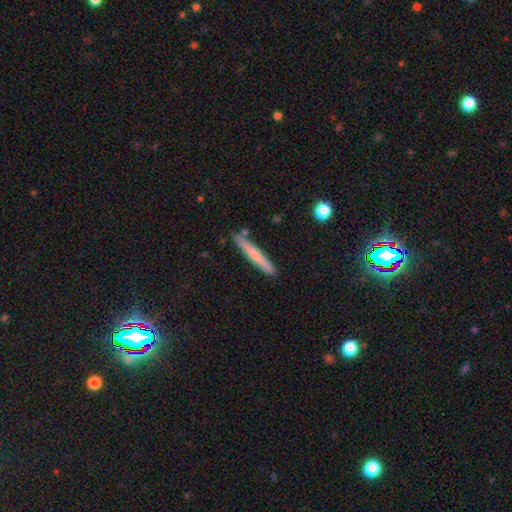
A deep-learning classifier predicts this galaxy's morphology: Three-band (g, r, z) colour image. It shows a smooth galaxy with no disk features (63%) that is cigar-shaped (96%). Merging: none (85%).